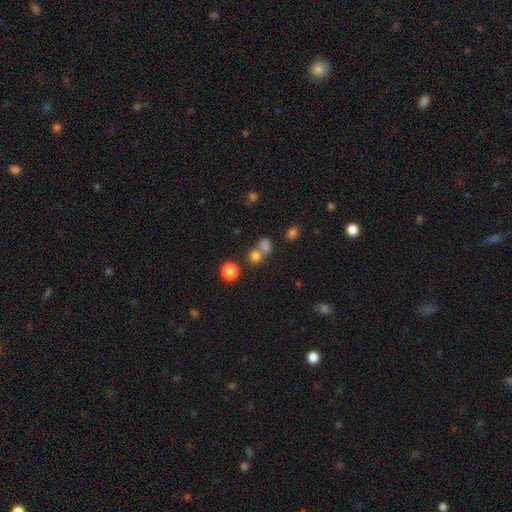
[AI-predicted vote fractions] Morphology: type=smooth (74%); roundness=round (77%); merging=none (51%).